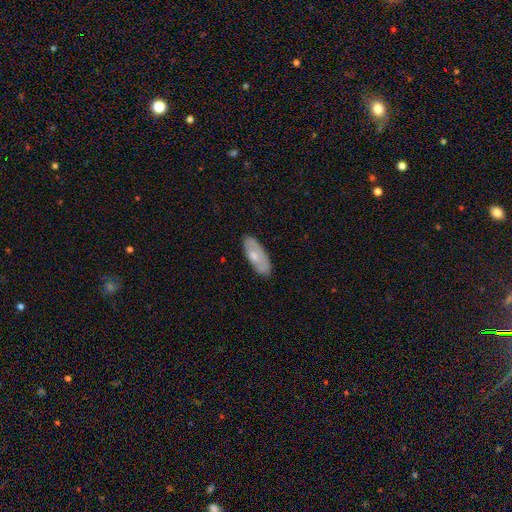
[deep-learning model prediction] A smooth galaxy with no disk features (60%) that is in between round and cigar-shaped (79%).

Vote fractions:
- Smooth or featured? smooth: 60% / featured or disk: 35% / star or artifact: 6%
- How rounded? in between: 79% / cigar-shaped: 19% / round: 2%
- Merging? none: 81% / minor disturbance: 15% / major disturbance: 3% / merger: 1%